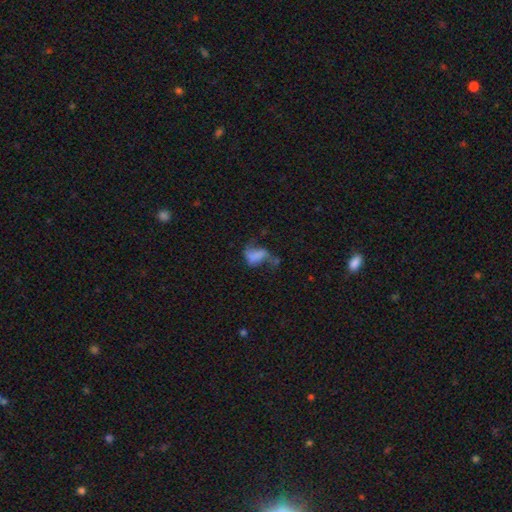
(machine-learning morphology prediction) This is possibly a smooth galaxy (52%). How rounded: clearly in between (84%). Merging: possibly major disturbance (46%).